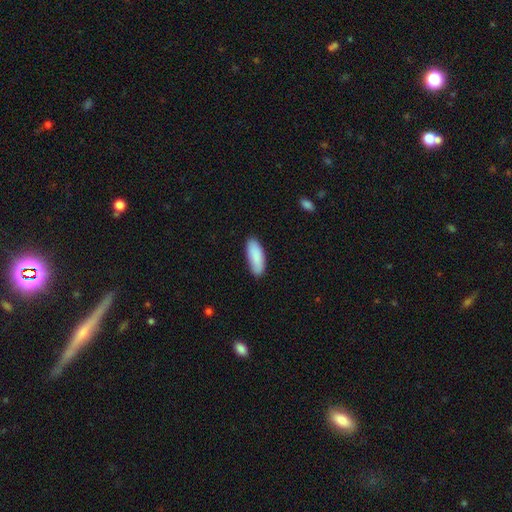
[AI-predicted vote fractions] A smooth galaxy with no disk features (88%) that is in between round and cigar-shaped (74%).

Vote fractions:
- Smooth or featured? smooth: 88% / featured or disk: 6% / star or artifact: 6%
- How rounded? in between: 74% / cigar-shaped: 24% / round: 2%
- Merging? none: 84% / minor disturbance: 12% / major disturbance: 2% / merger: 1%